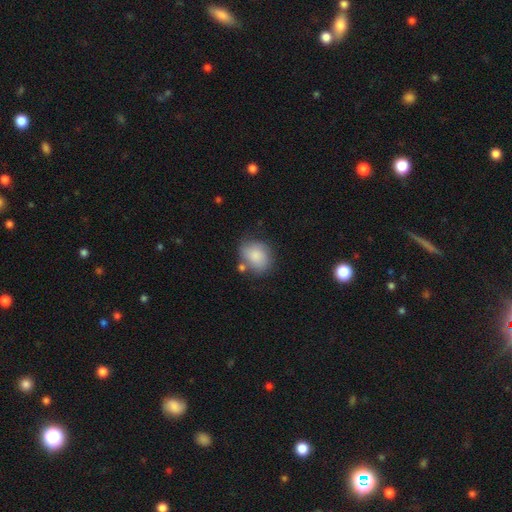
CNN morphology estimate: A smooth galaxy with no disk features (82%) that is in between round and cigar-shaped (50%). Merging: none (62%).